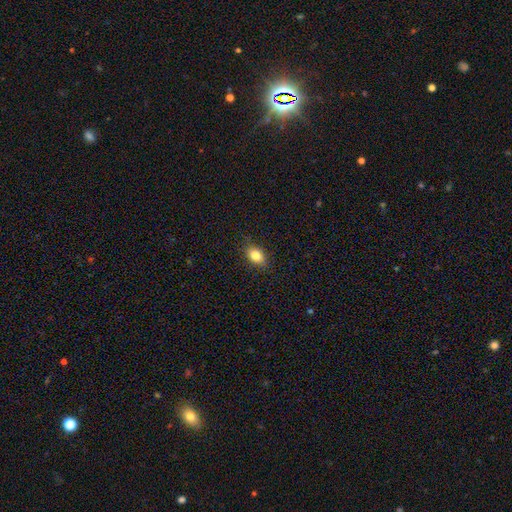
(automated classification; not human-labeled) This appears to be a smooth galaxy with no disk features (84%) that is in between round and cigar-shaped (81%). Merging: none (85%).